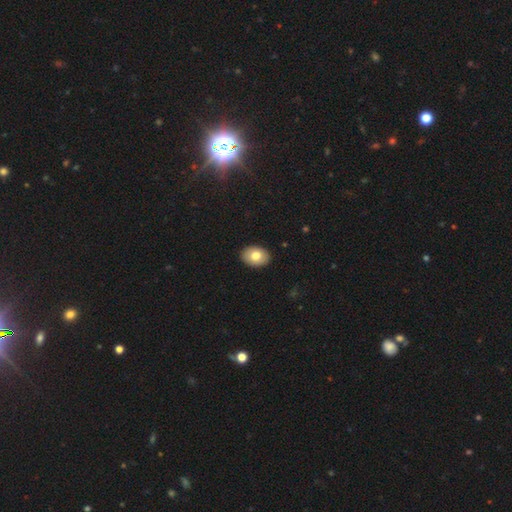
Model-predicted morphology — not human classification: This is likely a smooth galaxy (78%). How rounded: clearly in between (81%). Merging: clearly none (90%).